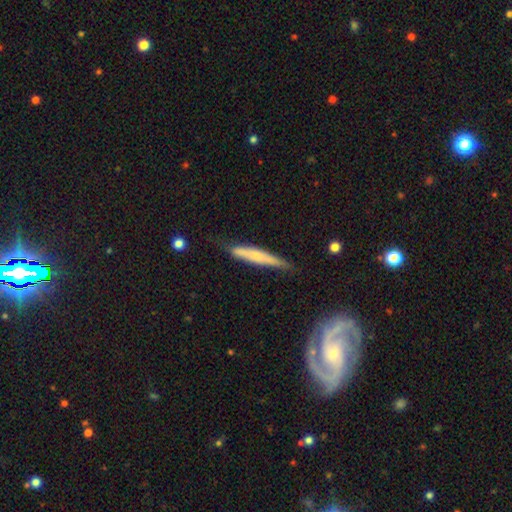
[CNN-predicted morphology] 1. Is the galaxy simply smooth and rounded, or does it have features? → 47% featured or disk (tied), 47% smooth (tied), 6% star or artifact.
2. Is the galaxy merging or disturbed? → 68% none, 24% minor disturbance, 5% major disturbance, 3% merger.